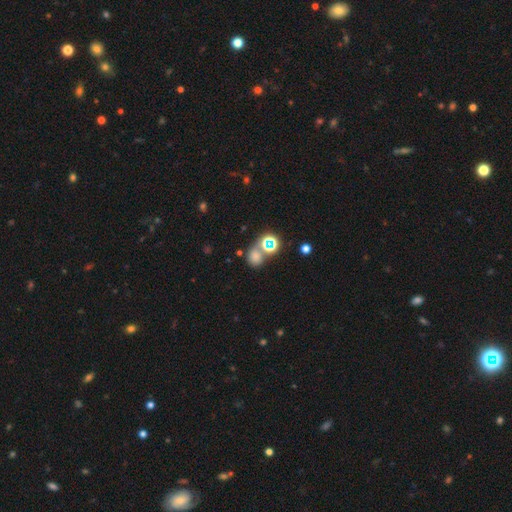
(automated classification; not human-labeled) smooth 61%, star or artifact 30%, featured or disk 9%. Down the decision tree: how rounded — round (66%); merging — none (53%).